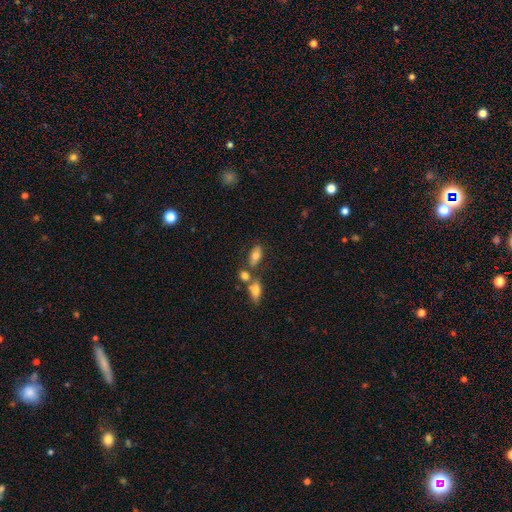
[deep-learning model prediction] Smooth or featured? smooth (72%)
How rounded? in between (87%)
Merging? none (60%)